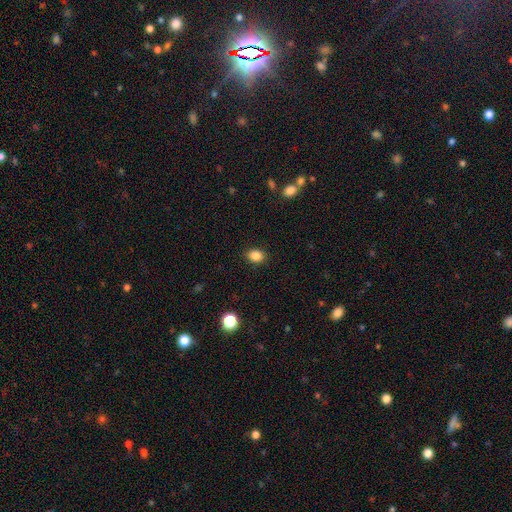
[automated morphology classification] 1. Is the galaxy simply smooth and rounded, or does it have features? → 86% smooth, 10% star or artifact, 3% featured or disk.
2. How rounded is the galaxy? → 51% in between, 48% round, 1% cigar-shaped.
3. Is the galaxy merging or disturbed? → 89% none, 7% minor disturbance, 2% major disturbance, 1% merger.